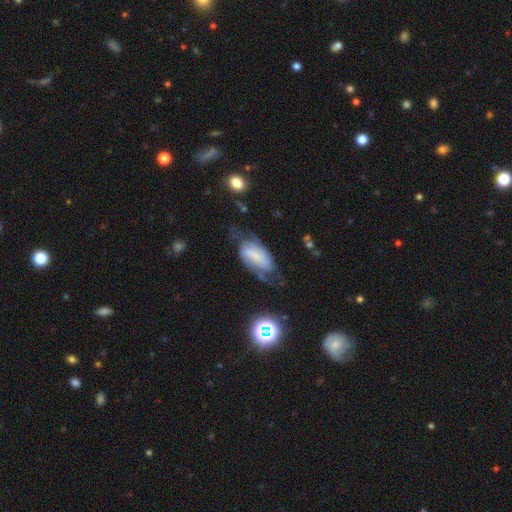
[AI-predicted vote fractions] This is likely a featured or disk galaxy (64%). It is clearly not viewed edge-on (95%). Bar: marginally no (41%). Spiral arm pattern: clearly yes (88%). Spiral arm count: likely 2 (70%). Spiral winding: marginally medium (44%). Central bulge: possibly small (53%). Merging: possibly none (47%).